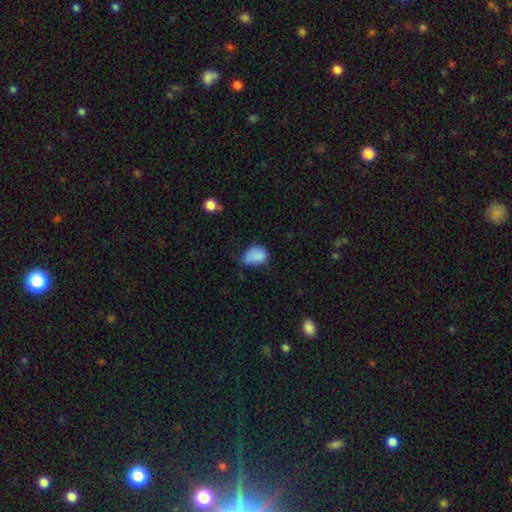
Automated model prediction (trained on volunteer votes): The model was most divided on "merging": minor disturbance: 47%, none: 29%, major disturbance: 19%, merger: 4%. More confident: smooth or featured — smooth (82%); how rounded — in between (67%).